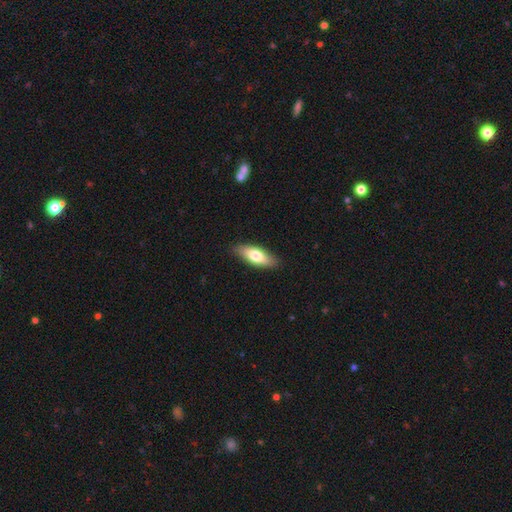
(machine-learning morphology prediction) Smooth or featured? smooth (70%)
How rounded? in between (68%)
Merging? none (87%)